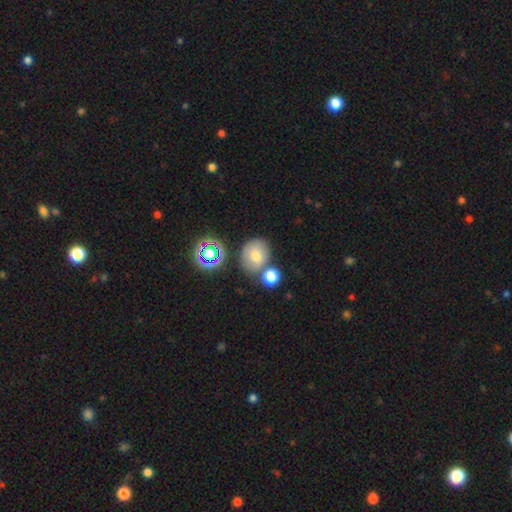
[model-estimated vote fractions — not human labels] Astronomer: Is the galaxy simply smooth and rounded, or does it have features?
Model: smooth — 71%.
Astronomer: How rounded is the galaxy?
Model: round — 59% (runner-up: in between, 40%).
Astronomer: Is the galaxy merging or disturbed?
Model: none — 63%.